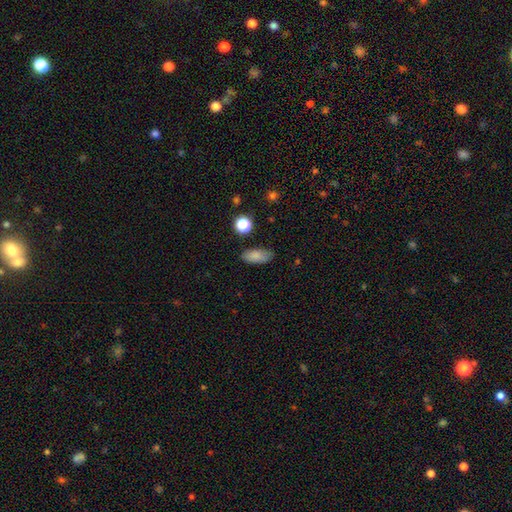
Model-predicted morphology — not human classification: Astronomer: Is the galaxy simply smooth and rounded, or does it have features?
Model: smooth — 82%.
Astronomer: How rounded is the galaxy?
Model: in between — 87%.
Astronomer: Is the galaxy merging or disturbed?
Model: none — 78%.